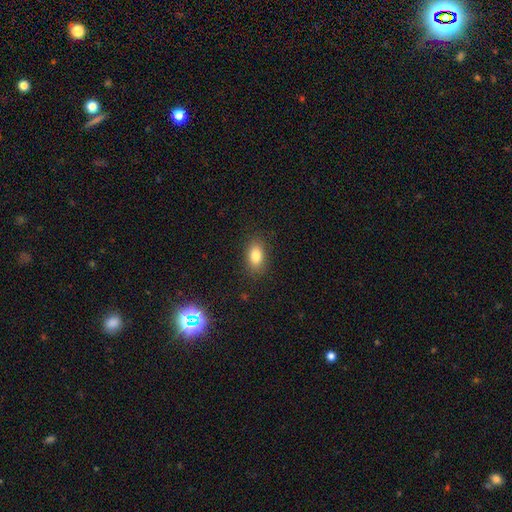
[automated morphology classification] This is clearly a smooth galaxy (82%). How rounded: clearly in between (85%). Merging: clearly none (86%).